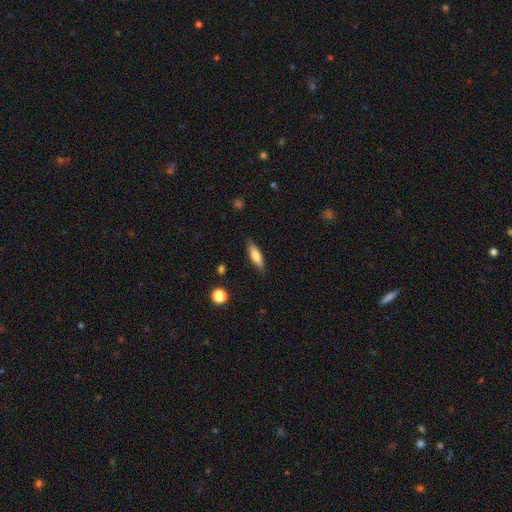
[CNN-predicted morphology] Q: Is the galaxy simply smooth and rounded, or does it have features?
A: smooth — 72%.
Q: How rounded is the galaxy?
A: cigar-shaped — 51%.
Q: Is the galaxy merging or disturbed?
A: none — 84%.